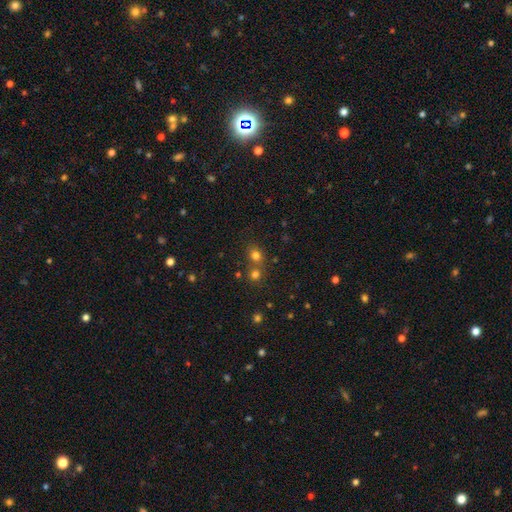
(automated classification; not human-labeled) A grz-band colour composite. It shows a smooth galaxy with no disk features (73%) that is round (70%). Merging: none (58%).